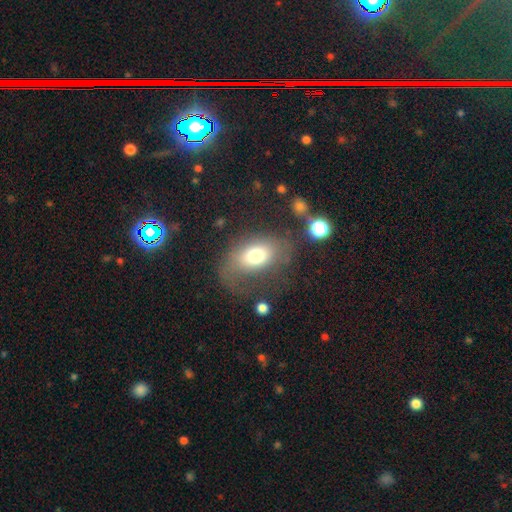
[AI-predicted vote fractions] Overall: smooth (67%). How rounded: in between (80%). Merging: none (48%; major disturbance 27%).